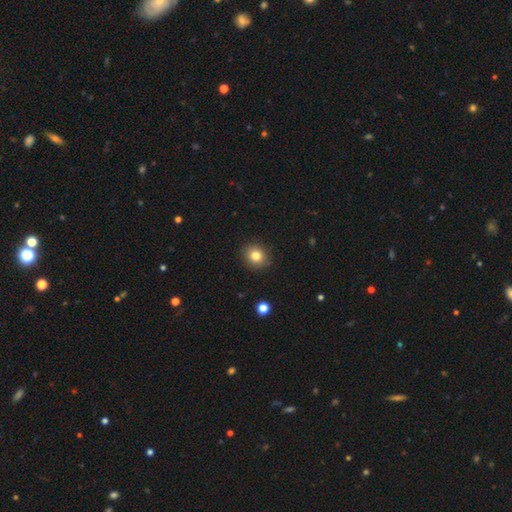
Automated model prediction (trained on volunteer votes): Overall: smooth (82%). How rounded: round (75%). Merging: none (88%).